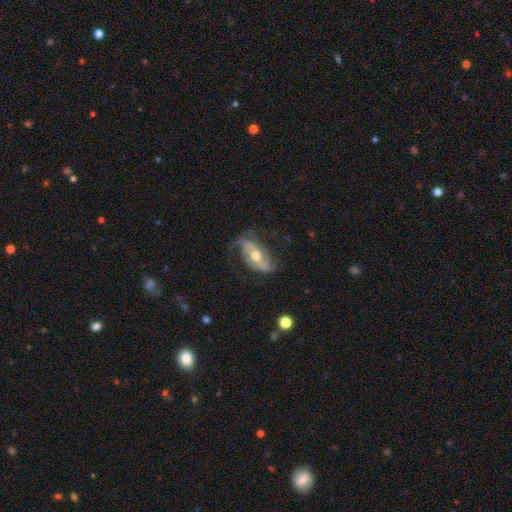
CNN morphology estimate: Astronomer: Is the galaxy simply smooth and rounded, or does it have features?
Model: featured or disk — 81%.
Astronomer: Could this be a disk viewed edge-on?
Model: no — 93%.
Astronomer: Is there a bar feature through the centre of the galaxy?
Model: strong — 36% (runner-up: weak, 33%).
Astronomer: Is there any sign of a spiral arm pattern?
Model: yes — 92%.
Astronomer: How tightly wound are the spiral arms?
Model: loose — 55% (runner-up: medium, 32%).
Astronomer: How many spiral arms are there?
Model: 2 — 80%.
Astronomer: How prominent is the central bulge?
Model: moderate — 71%.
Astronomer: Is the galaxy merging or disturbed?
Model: none — 59%.